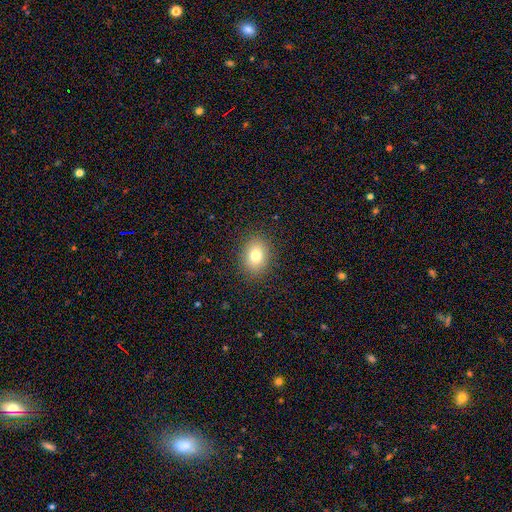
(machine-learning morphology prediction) This appears to be a smooth galaxy with no disk features (79%) that is in between round and cigar-shaped (62%). Merging: none (88%).